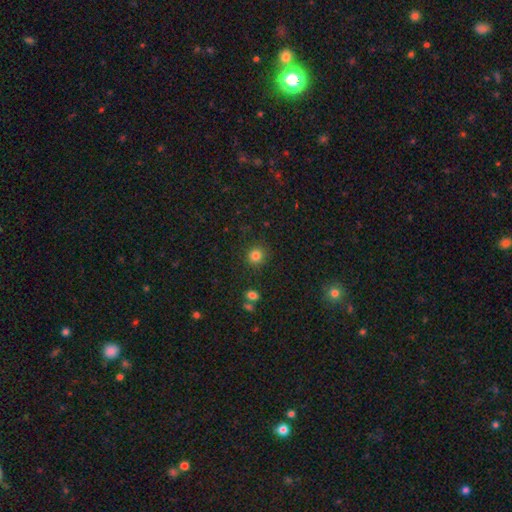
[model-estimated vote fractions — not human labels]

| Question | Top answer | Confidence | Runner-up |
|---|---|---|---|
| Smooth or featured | smooth | 82% | star or artifact (13%) |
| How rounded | round | 90% | in between (9%) |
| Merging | none | 88% | minor disturbance (8%) |